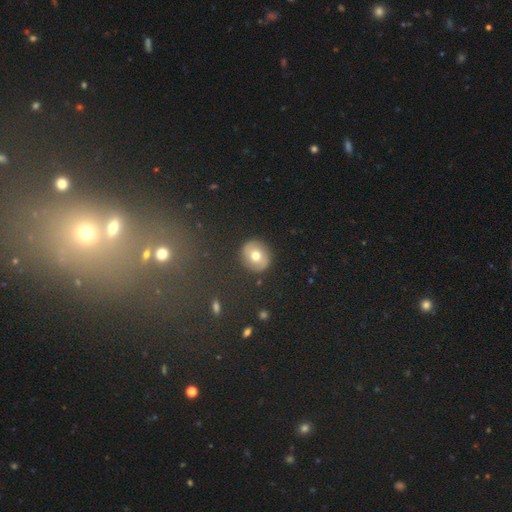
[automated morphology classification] Smooth or featured? smooth (61%)
How rounded? round (77%)
Merging? none (88%)